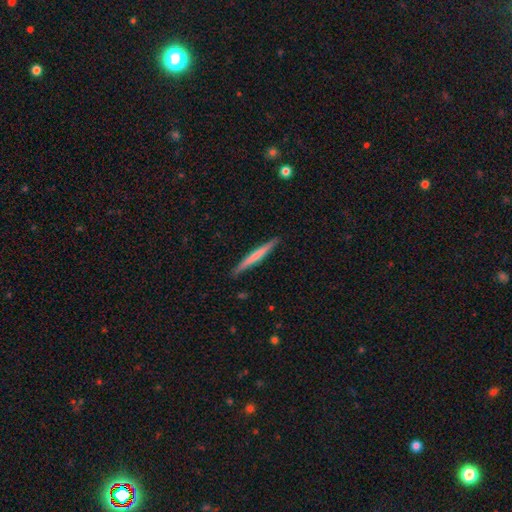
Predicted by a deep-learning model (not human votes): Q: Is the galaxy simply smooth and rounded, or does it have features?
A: smooth — 55%.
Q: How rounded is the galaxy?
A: cigar-shaped — 97%.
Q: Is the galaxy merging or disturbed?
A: none — 90%.